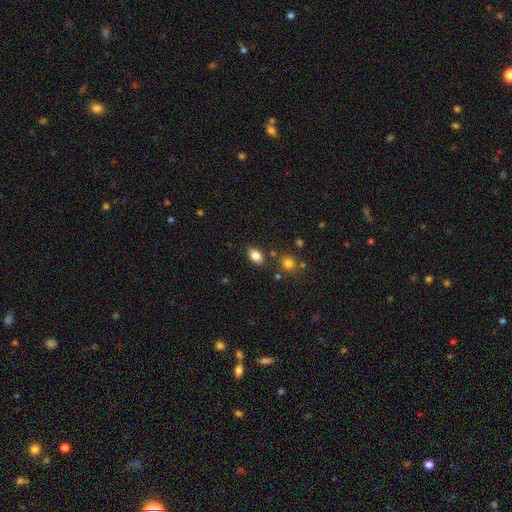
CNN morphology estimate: Q: Smooth or featured?
A: smooth (84%); runner-up: star or artifact (10%)
Q: How rounded?
A: in between (83%); runner-up: round (15%)
Q: Merging?
A: none (81%); runner-up: minor disturbance (11%)